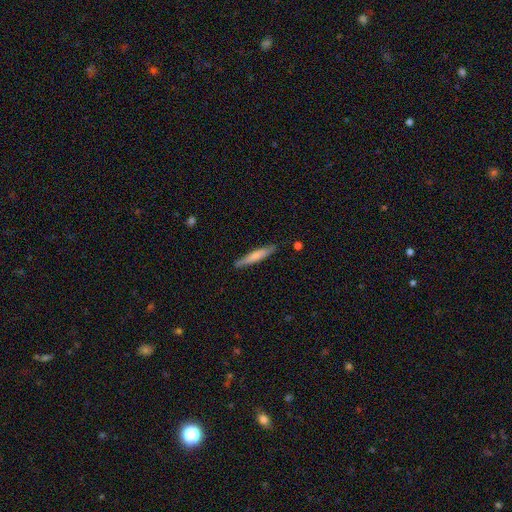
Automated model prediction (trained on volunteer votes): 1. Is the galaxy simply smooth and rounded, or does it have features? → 67% smooth, 27% featured or disk, 5% star or artifact.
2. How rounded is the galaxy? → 92% cigar-shaped, 7% in between, 1% round.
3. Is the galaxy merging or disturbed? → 84% none, 12% minor disturbance, 2% major disturbance, 2% merger.